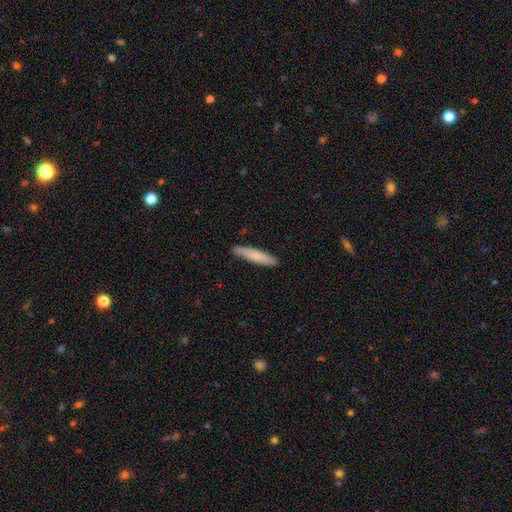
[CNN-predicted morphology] Smooth or featured? smooth (74%)
How rounded? cigar-shaped (86%)
Merging? none (88%)